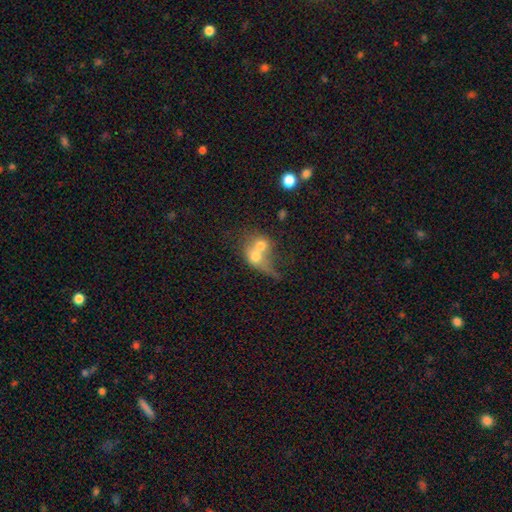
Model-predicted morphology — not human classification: smooth 61%, featured or disk 29%, star or artifact 9%. Down the decision tree: how rounded — round (57%); merging — merger (76%).